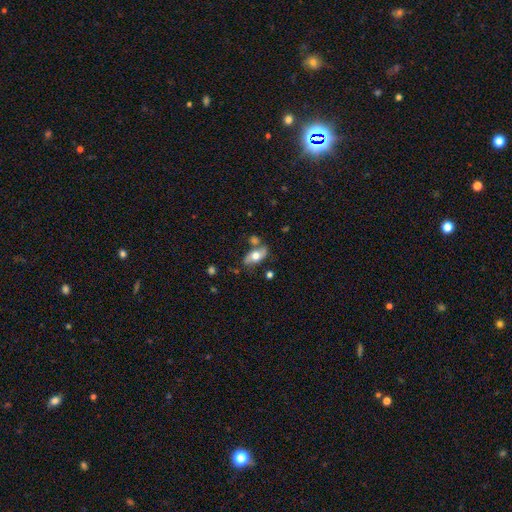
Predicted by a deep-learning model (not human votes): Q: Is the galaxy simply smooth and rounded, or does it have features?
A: smooth — 55%.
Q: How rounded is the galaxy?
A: in between — 86%.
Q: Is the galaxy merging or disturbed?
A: none — 63%.